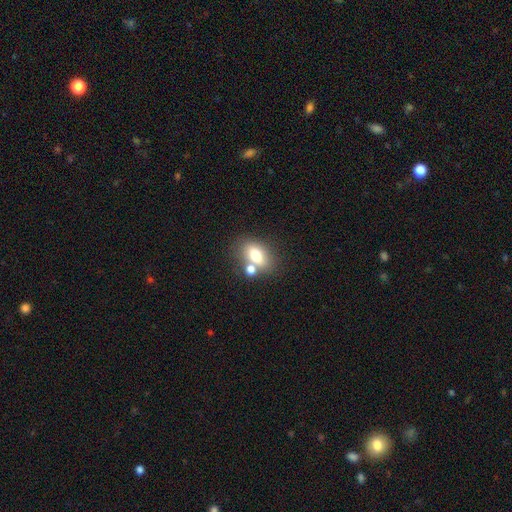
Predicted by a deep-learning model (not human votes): Overall: smooth (73%). How rounded: in between (80%). Merging: none (55%; merger 29%).